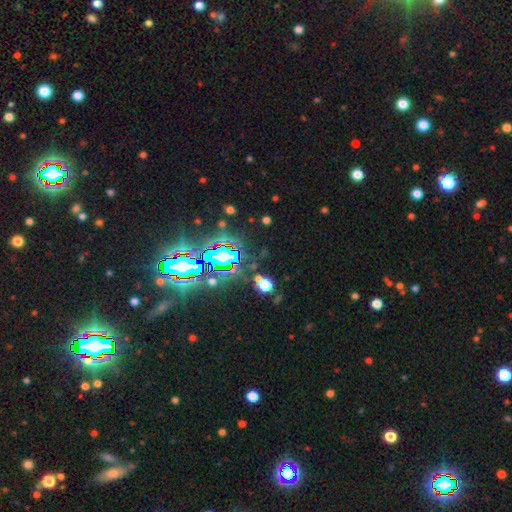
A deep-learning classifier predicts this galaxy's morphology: A star or artifact, not a galaxy (83%).